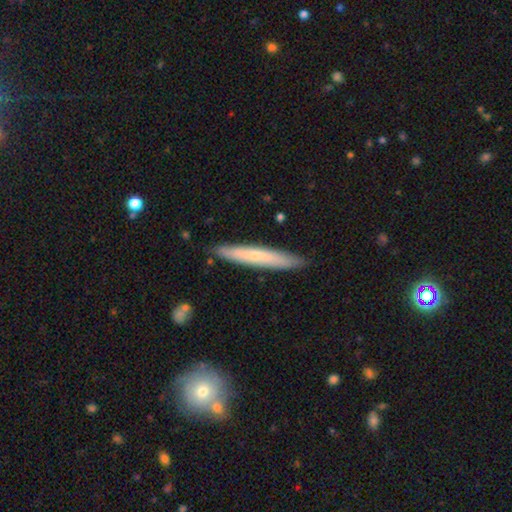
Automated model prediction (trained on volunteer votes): Morphology: type=smooth (57%); roundness=cigar-shaped (95%); merging=none (88%).